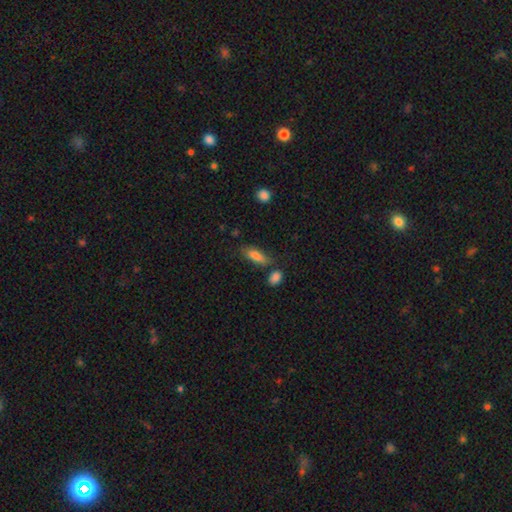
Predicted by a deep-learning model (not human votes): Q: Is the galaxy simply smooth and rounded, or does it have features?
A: smooth — 81%.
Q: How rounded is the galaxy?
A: in between — 67%.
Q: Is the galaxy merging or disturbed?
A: none — 67%.